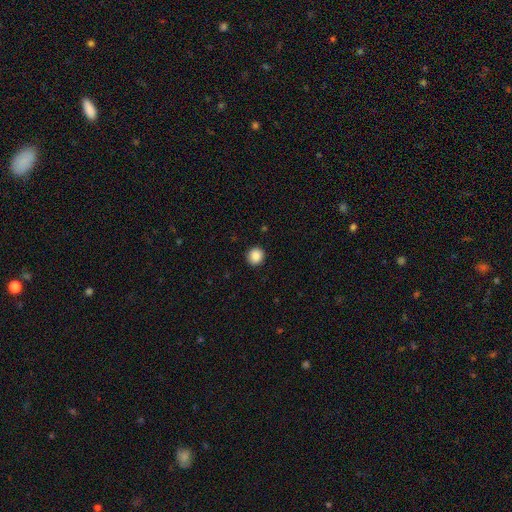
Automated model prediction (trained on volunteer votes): Smooth or featured? Predicted: smooth (p=0.88). How rounded? Predicted: round (p=0.91). Merging? Predicted: none (p=0.91).